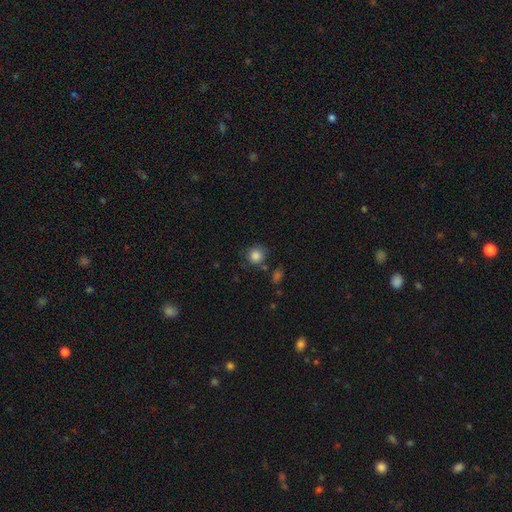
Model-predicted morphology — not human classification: A smooth galaxy with no disk features (85%) that is round (88%). Merging: none (76%).